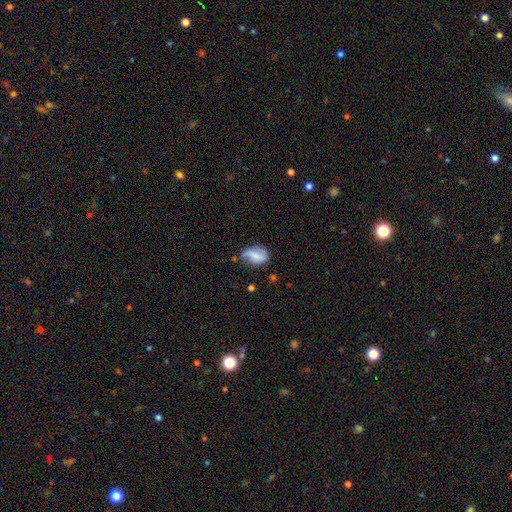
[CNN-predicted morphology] Smooth or featured? Predicted: smooth (p=0.54). How rounded? Predicted: in between (p=0.81). Merging? Predicted: none (p=0.48).